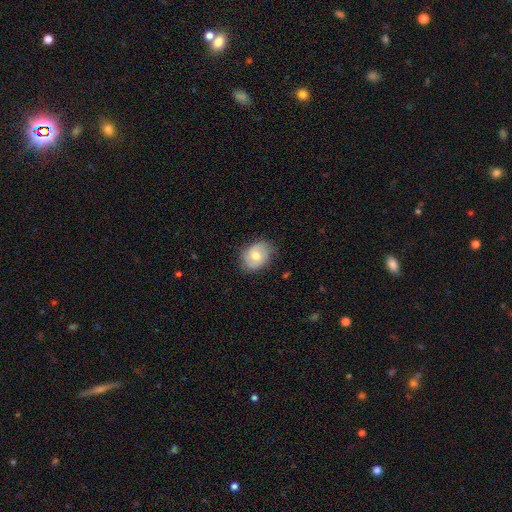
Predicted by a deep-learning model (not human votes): A smooth galaxy with no disk features (66%) that is in between round and cigar-shaped (65%). Merging: none (78%).